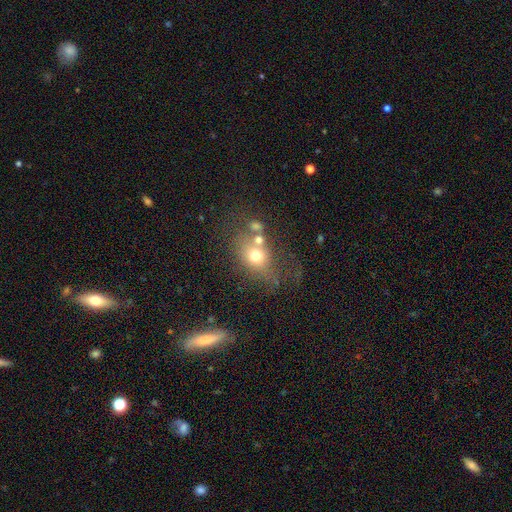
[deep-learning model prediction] smooth-or-featured: smooth: 64% | featured or disk: 21% | star or artifact: 15%
  how-rounded: round: 50% | in between: 48% | cigar-shaped: 2%
  merging: none: 41% | merger: 23% | minor disturbance: 18% | major disturbance: 17%